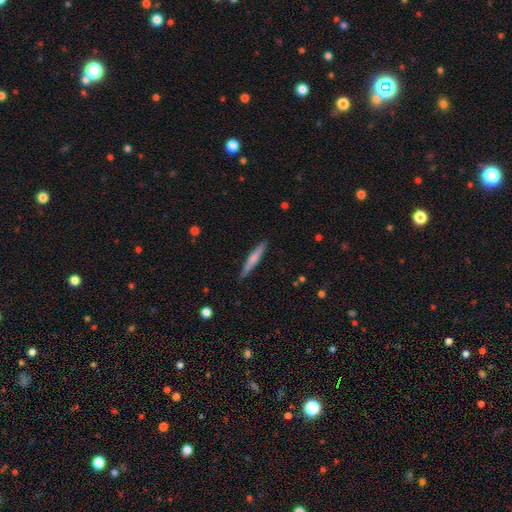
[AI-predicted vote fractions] Q: Smooth or featured?
A: smooth (52%); runner-up: featured or disk (42%)
Q: How rounded?
A: cigar-shaped (95%); runner-up: in between (3%)
Q: Merging?
A: none (90%); runner-up: minor disturbance (7%)